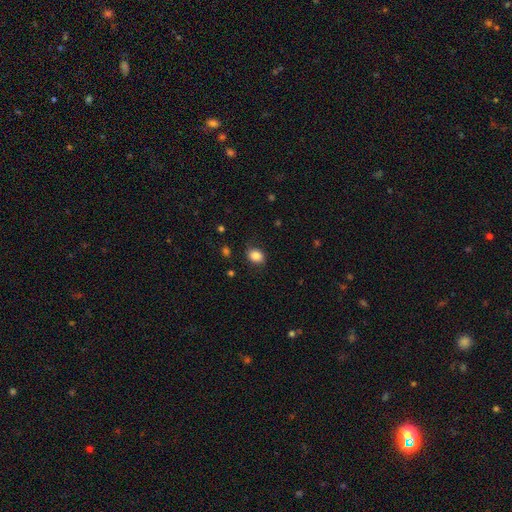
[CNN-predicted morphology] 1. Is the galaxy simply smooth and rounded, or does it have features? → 86% smooth, 9% star or artifact, 5% featured or disk.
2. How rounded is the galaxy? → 56% in between, 43% round, 1% cigar-shaped.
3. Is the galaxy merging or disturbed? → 79% none, 15% minor disturbance, 4% major disturbance, 1% merger.